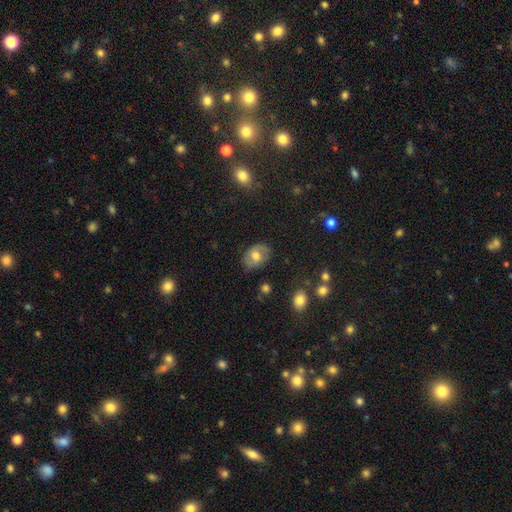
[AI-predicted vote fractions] smooth_or_featured: smooth (p=0.59) [alt: featured or disk p=0.32]
how_rounded: in between (p=0.72) [alt: round p=0.27]
merging: none (p=0.76) [alt: minor disturbance p=0.18]